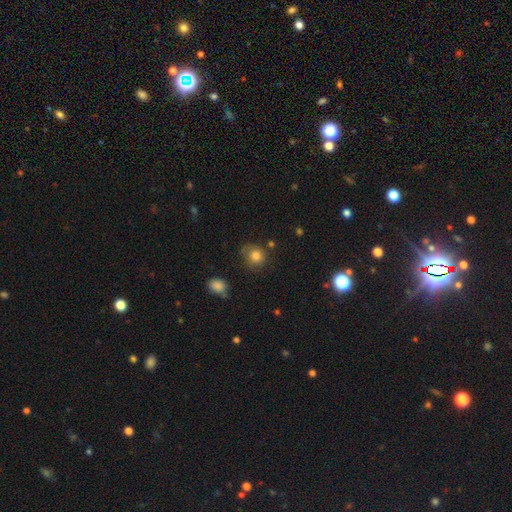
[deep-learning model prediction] Q: Smooth or featured?
A: smooth (81%); runner-up: star or artifact (11%)
Q: How rounded?
A: round (80%); runner-up: in between (19%)
Q: Merging?
A: none (66%); runner-up: minor disturbance (23%)